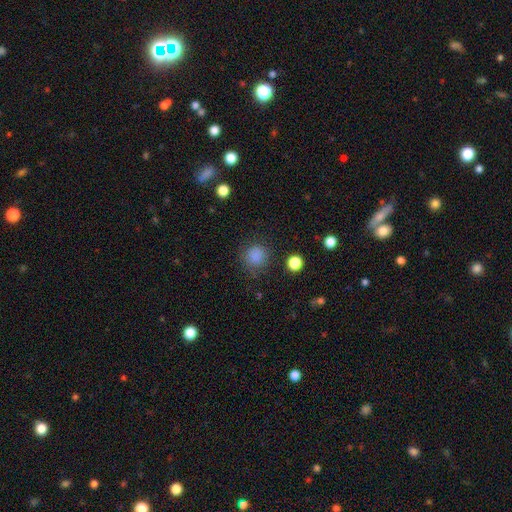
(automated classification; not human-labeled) smooth-or-featured: smooth: 83% | star or artifact: 13% | featured or disk: 4%
  how-rounded: round: 90% | in between: 9% | cigar-shaped: 1%
  merging: none: 80% | minor disturbance: 13% | major disturbance: 5% | merger: 2%